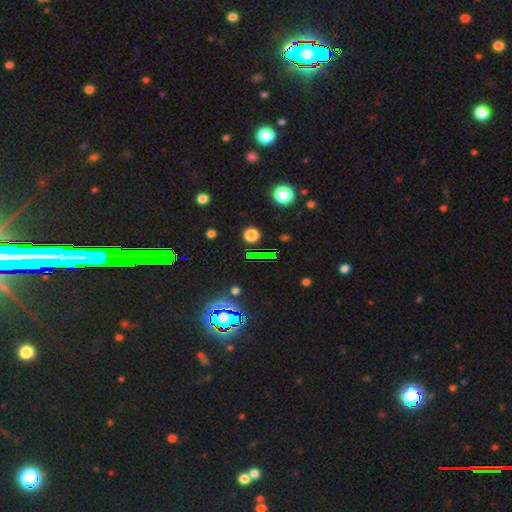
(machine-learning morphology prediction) Smooth or featured? star or artifact (59%)